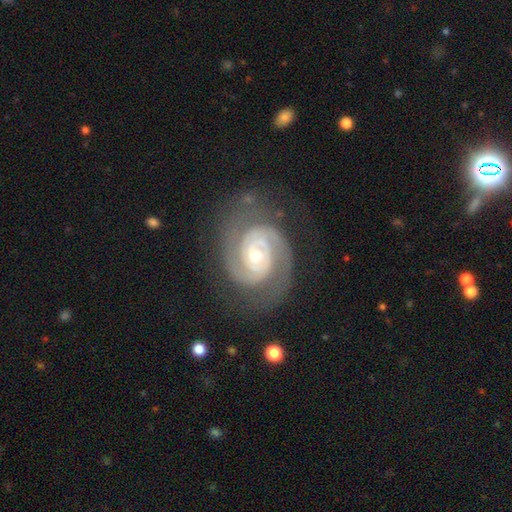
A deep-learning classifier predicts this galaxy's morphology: A featured or disk galaxy (92%) with no bar (59%), 2 (87%) tight (69%) spiral arms (98%) and a moderate central bulge (51%). Merging: none (75%).